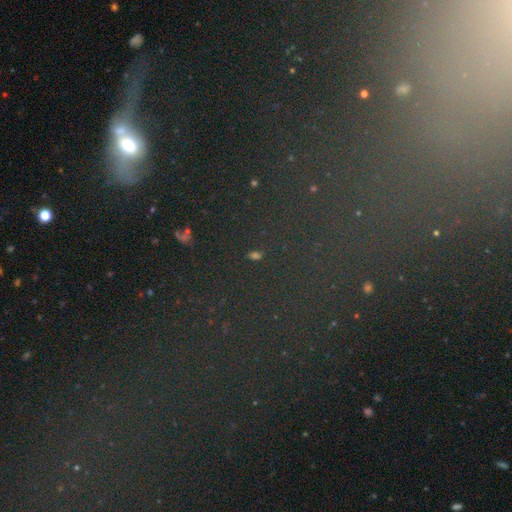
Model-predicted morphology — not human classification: Smooth or featured: star or artifact — 64% (smooth — 26%)